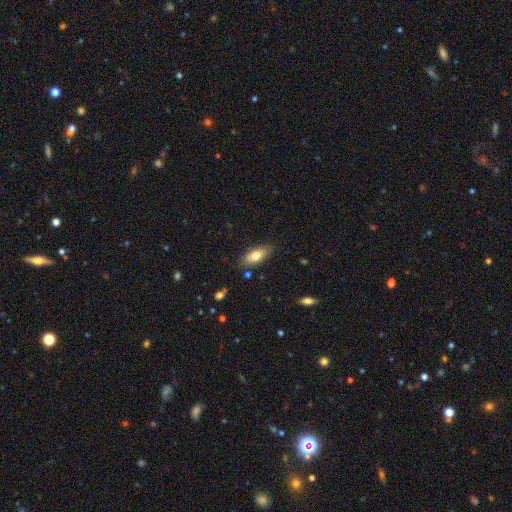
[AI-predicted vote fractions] Overall: smooth (74%). How rounded: in between (87%). Merging: none (81%).